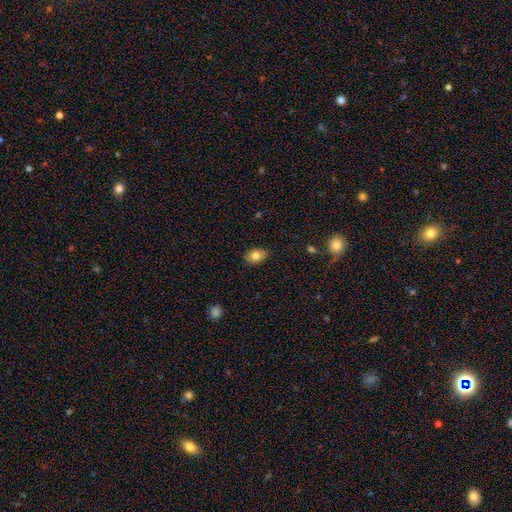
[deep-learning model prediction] smooth-or-featured: smooth: 81% | featured or disk: 11% | star or artifact: 9%
  how-rounded: in between: 81% | round: 18% | cigar-shaped: 1%
  merging: none: 86% | minor disturbance: 11% | major disturbance: 2% | merger: 1%